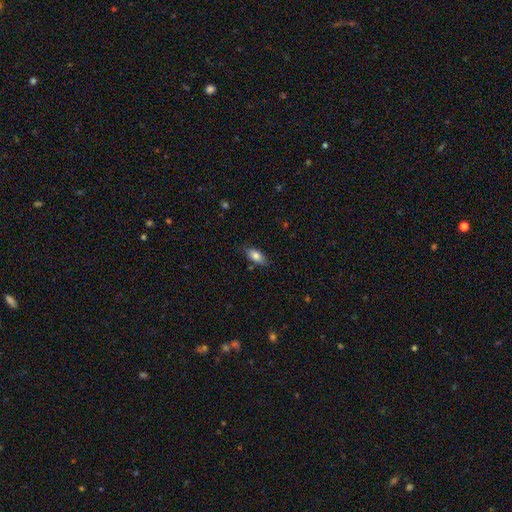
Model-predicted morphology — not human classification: A smooth galaxy with no disk features (79%) that is in between round and cigar-shaped (86%).

Vote fractions:
- Smooth or featured? smooth: 79% / featured or disk: 13% / star or artifact: 8%
- How rounded? in between: 86% / cigar-shaped: 10% / round: 4%
- Merging? none: 78% / minor disturbance: 17% / major disturbance: 3% / merger: 2%